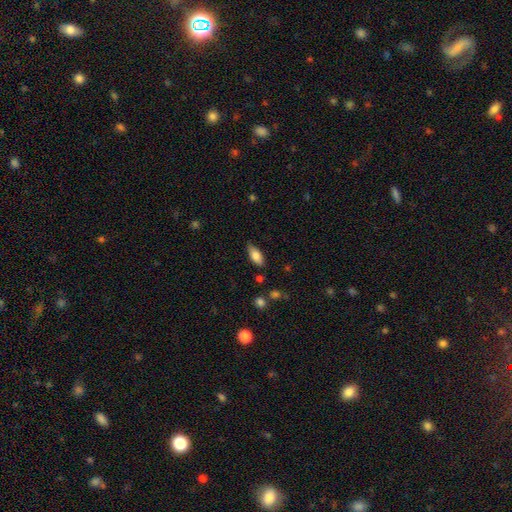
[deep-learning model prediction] A smooth galaxy with no disk features (79%) that is in between round and cigar-shaped (86%). Merging: none (81%).